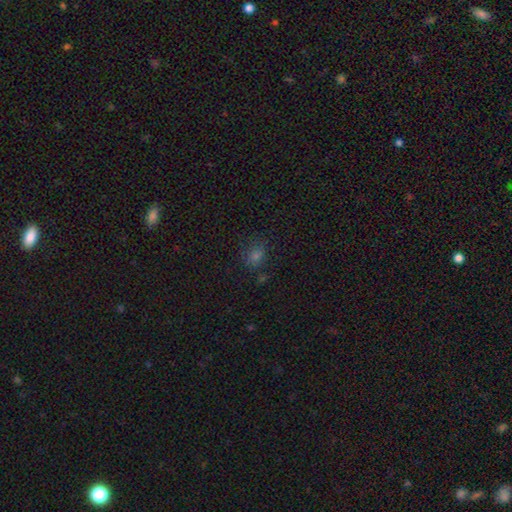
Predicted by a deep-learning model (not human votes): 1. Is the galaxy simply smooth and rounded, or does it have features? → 64% smooth, 28% star or artifact, 8% featured or disk.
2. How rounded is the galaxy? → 61% round, 38% in between, 1% cigar-shaped.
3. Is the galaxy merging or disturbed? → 75% none, 15% minor disturbance, 5% major disturbance, 4% merger.